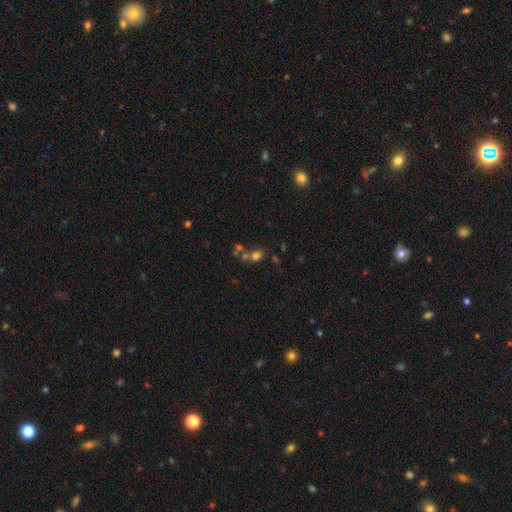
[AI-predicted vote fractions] This appears to be a smooth galaxy with no disk features (67%) that is in between round and cigar-shaped (55%). Merging: none (50%).